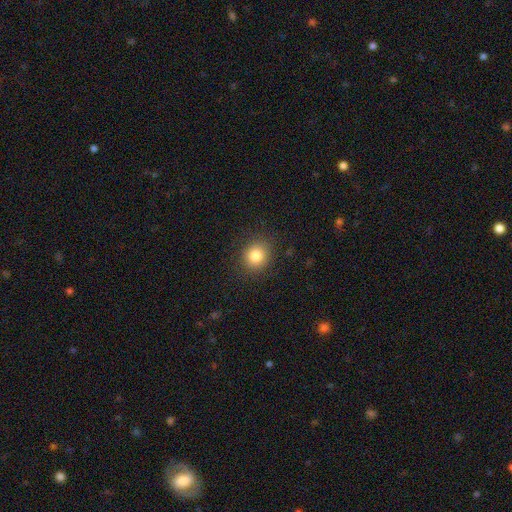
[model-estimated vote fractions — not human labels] smooth 82%, star or artifact 11%, featured or disk 7%. Down the decision tree: how rounded — round (82%); merging — none (89%).